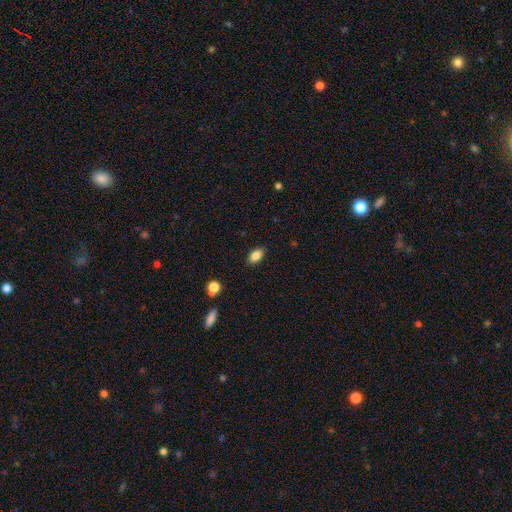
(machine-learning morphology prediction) This appears to be a smooth galaxy with no disk features (86%) that is in between round and cigar-shaped (89%). Merging: none (87%).